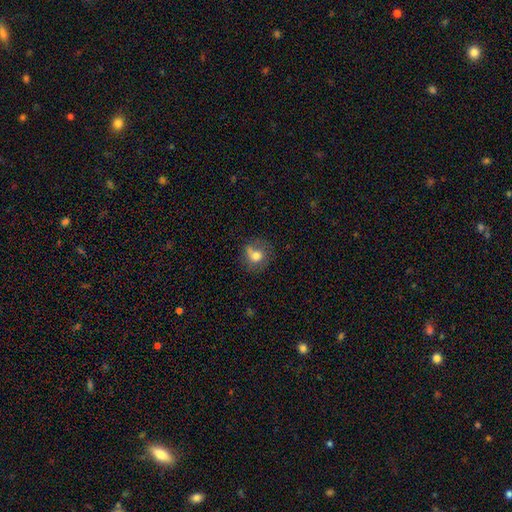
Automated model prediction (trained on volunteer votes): A smooth galaxy with no disk features (70%) that is round (72%).

Vote fractions:
- Smooth or featured? smooth: 70% / featured or disk: 19% / star or artifact: 11%
- How rounded? round: 72% / in between: 27% / cigar-shaped: 1%
- Merging? none: 54% / minor disturbance: 26% / major disturbance: 14% / merger: 7%